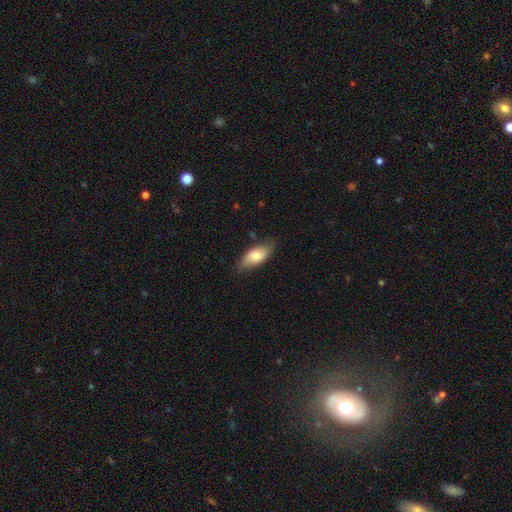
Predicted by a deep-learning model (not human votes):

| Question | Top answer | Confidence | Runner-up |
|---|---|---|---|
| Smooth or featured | smooth | 75% | featured or disk (19%) |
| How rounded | in between | 87% | cigar-shaped (10%) |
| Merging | none | 76% | minor disturbance (19%) |